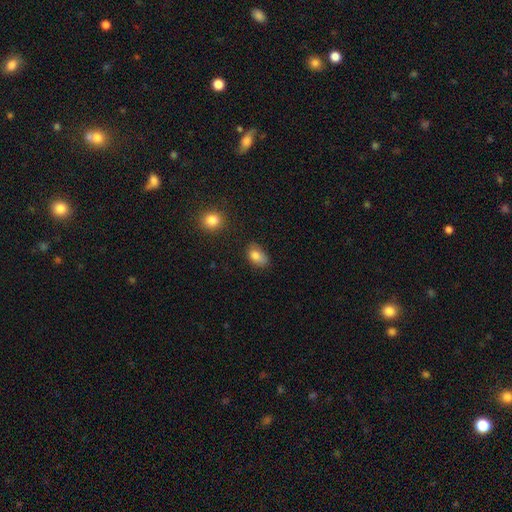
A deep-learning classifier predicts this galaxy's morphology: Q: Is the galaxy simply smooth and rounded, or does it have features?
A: smooth — 83%.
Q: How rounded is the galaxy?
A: in between — 84%.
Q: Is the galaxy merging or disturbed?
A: none — 64%.